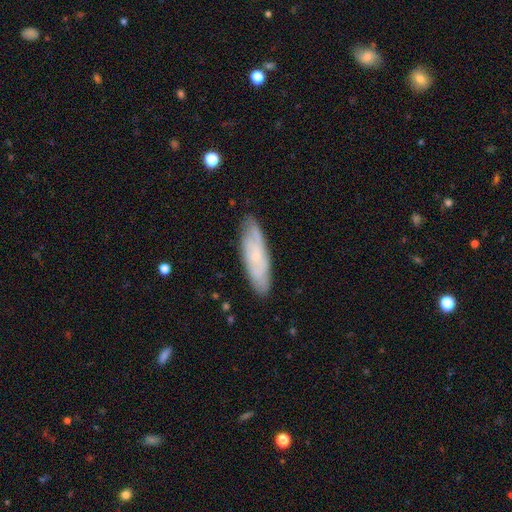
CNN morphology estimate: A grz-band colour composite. It shows a featured or disk galaxy (47%). Merging: none (82%).